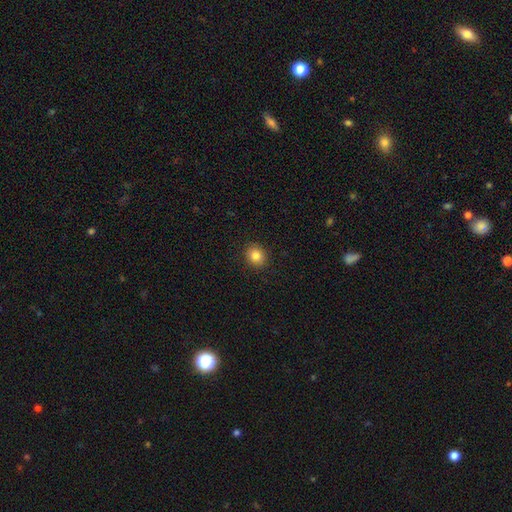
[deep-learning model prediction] The model was most divided on "how rounded": round: 72%, in between: 27%, cigar-shaped: 1%. More confident: merging — none (91%); smooth or featured — smooth (83%).